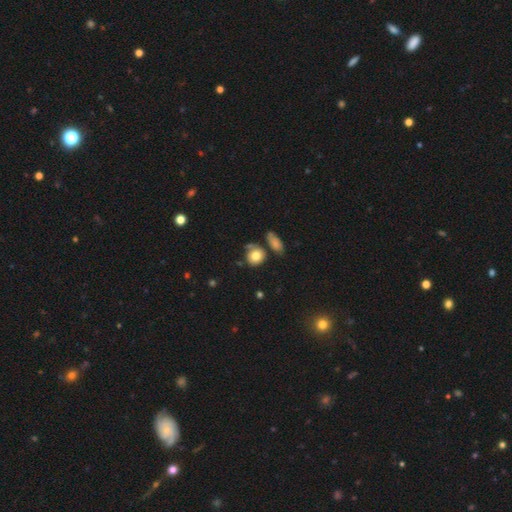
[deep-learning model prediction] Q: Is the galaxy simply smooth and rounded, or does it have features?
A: smooth — 78%.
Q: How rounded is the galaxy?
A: round — 79%.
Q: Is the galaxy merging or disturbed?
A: none — 59%.